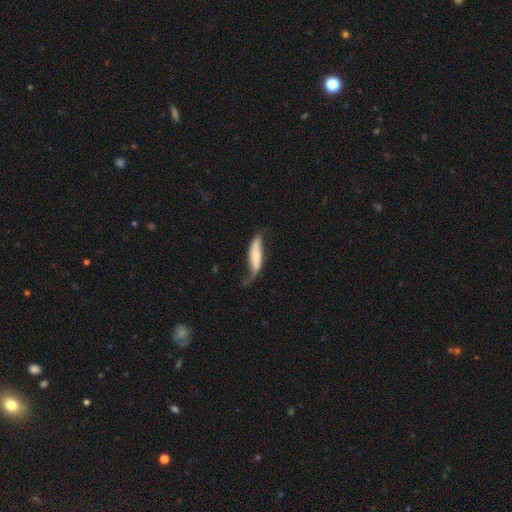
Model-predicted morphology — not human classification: Smooth or featured?
  - smooth: 49% *
  - featured or disk: 44%
  - star or artifact: 7%
Merging?
  - none: 36% *
  - minor disturbance: 32%
  - major disturbance: 28%
  - merger: 4%